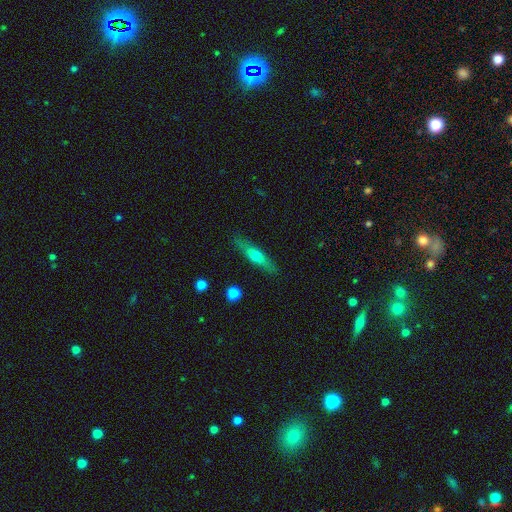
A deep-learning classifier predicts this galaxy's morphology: Q: Smooth or featured?
A: featured or disk (48%); runner-up: smooth (45%)
Q: Merging?
A: none (86%); runner-up: minor disturbance (10%)